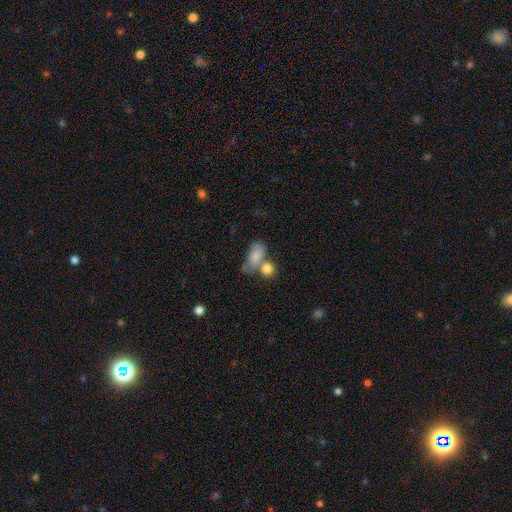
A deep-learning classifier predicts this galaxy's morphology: Smooth or featured: smooth — 79% (featured or disk — 13%)
How rounded: in between — 82% (round — 15%)
Merging: merger — 46% (none — 31%)